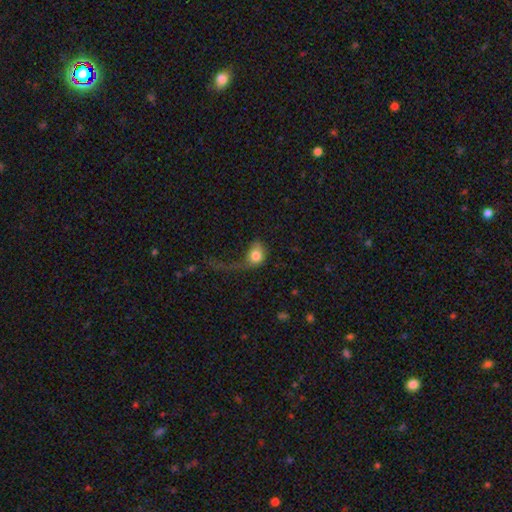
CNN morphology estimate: smooth_or_featured: smooth (p=0.73) [alt: featured or disk p=0.19]
how_rounded: in between (p=0.53) [alt: round p=0.45]
merging: major disturbance (p=0.66) [alt: none p=0.15]